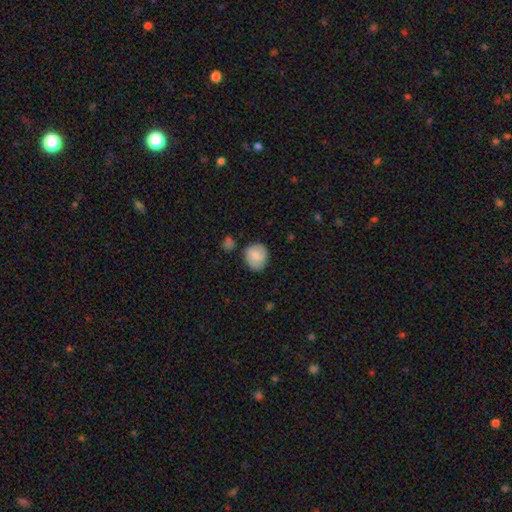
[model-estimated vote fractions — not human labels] Morphology: type=smooth (68%); roundness=round (74%); merging=none (71%).